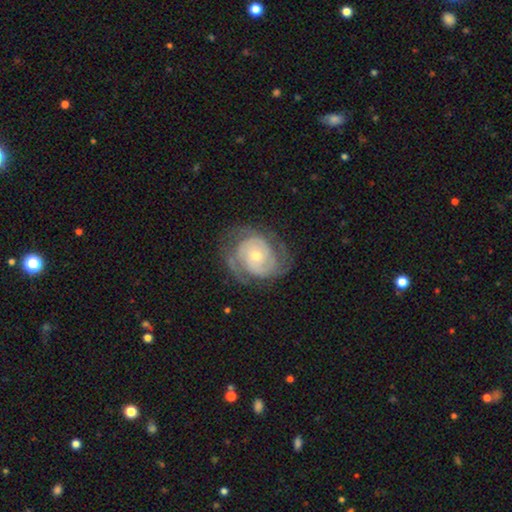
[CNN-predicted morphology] This appears to be a featured or disk galaxy (84%) with no bar (74%), 2 (47%) tight (64%) spiral arms (93%) and a small central bulge (48%). Merging: none (69%).